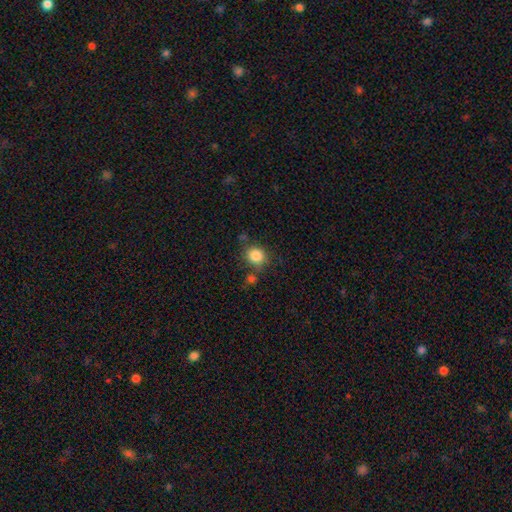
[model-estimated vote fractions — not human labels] A smooth galaxy with no disk features (85%) that is round (82%). Merging: none (75%).